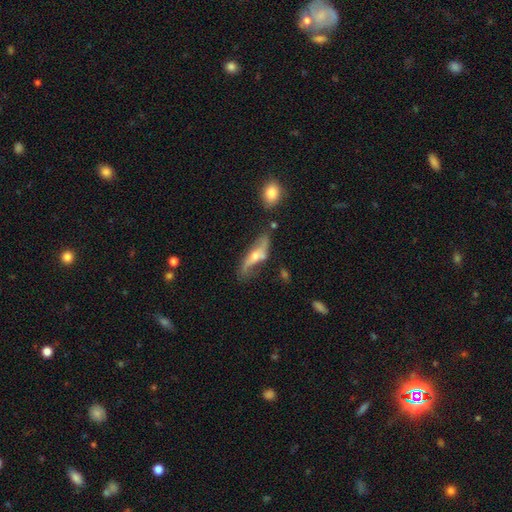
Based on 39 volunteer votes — Smooth or featured? featured or disk (85%)
Edge-on disk? no (82%)
Bar? no (56%)
Spiral arms? yes (81%)
Spiral winding? loose (86%)
Spiral arm count? 2 (91%)
Bulge size? moderate (78%)
Merging? none (53%)